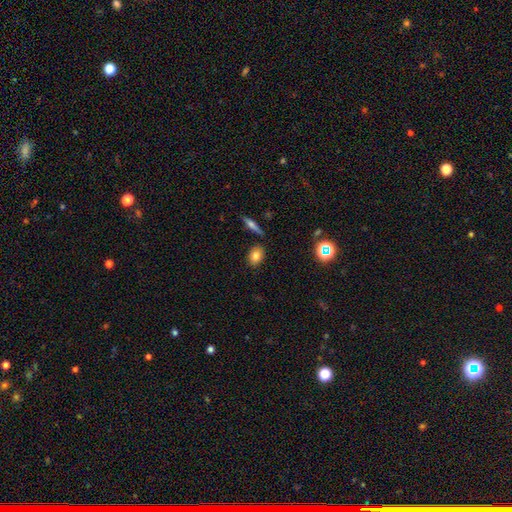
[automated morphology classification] smooth_or_featured: smooth (p=0.78) [alt: featured or disk p=0.12]
how_rounded: in between (p=0.75) [alt: round p=0.22]
merging: none (p=0.82) [alt: minor disturbance p=0.11]